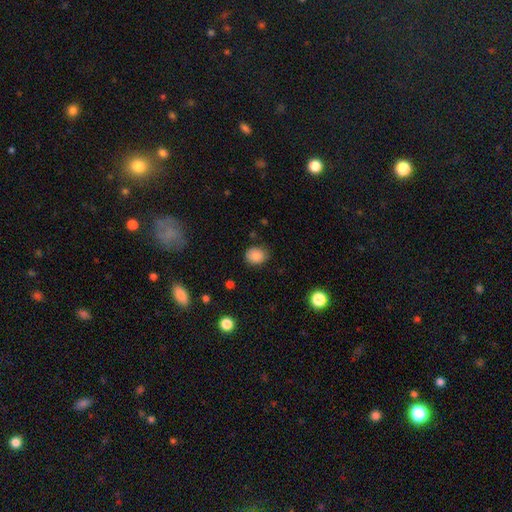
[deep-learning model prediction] smooth 86%, star or artifact 9%, featured or disk 5%. Down the decision tree: how rounded — round (62%); merging — none (80%).